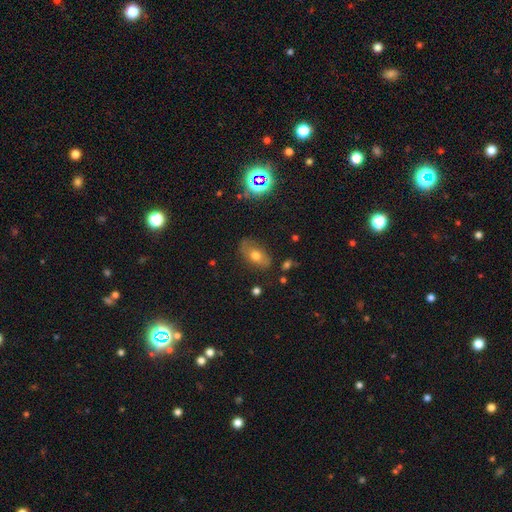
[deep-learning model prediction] Smooth or featured: smooth — 60% (featured or disk — 27%)
How rounded: in between — 87% (round — 8%)
Merging: none — 72% (minor disturbance — 20%)